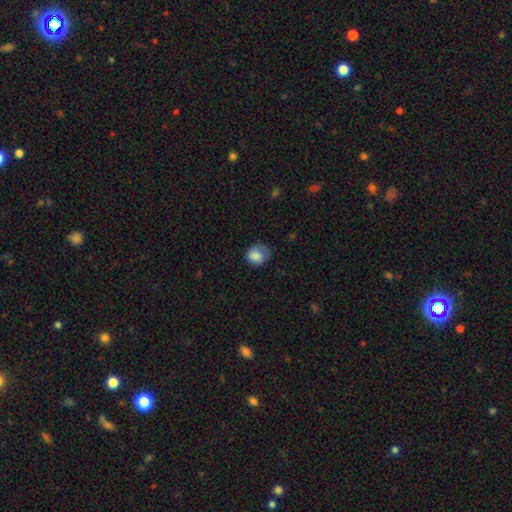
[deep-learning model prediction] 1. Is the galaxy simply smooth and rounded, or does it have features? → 82% smooth, 10% featured or disk, 8% star or artifact.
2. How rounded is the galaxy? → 67% round, 32% in between, 1% cigar-shaped.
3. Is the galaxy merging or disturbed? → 51% none, 31% minor disturbance, 16% major disturbance, 1% merger.